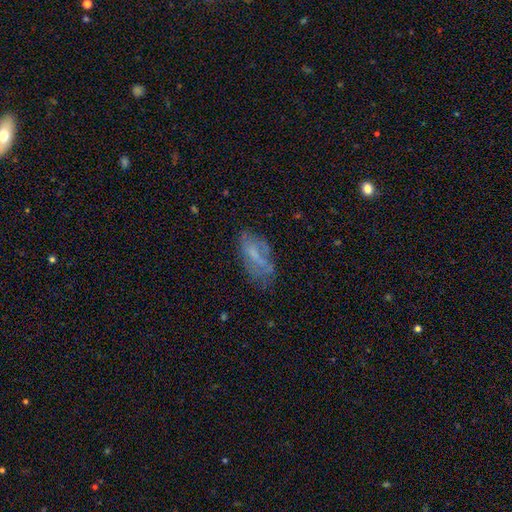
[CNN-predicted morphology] smooth 45%, featured or disk 44%, star or artifact 11%. Down the decision tree: merging — none (51%).